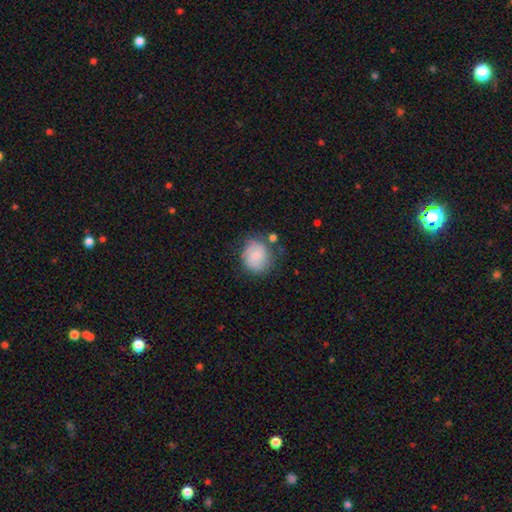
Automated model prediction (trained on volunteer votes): smooth_or_featured: smooth (p=0.69) [alt: featured or disk p=0.23]
how_rounded: round (p=0.77) [alt: in between p=0.22]
merging: none (p=0.60) [alt: minor disturbance p=0.24]